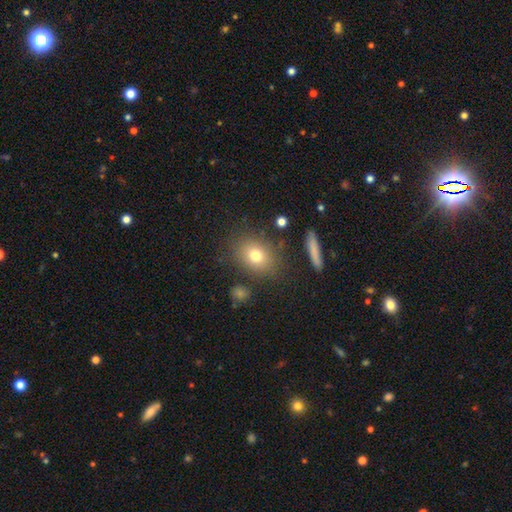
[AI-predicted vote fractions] Smooth or featured: smooth — 75% (featured or disk — 13%)
How rounded: in between — 50% (round — 48%)
Merging: none — 80% (minor disturbance — 11%)